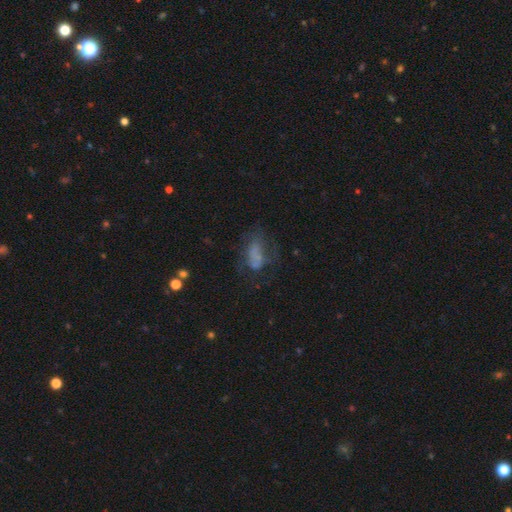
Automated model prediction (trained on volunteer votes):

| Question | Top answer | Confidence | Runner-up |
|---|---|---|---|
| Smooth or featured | smooth | 46% | featured or disk (37%) |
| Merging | none | 35% | tied: major disturbance (35%) |